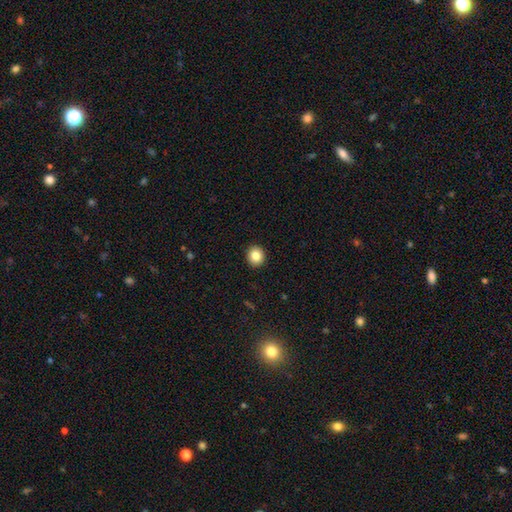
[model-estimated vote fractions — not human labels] This appears to be a smooth galaxy with no disk features (85%) that is round (83%). Merging: none (93%).